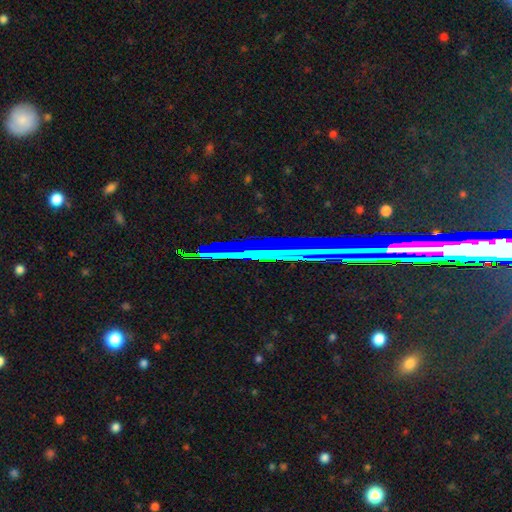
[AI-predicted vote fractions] Smooth or featured? Predicted: star or artifact (p=0.78).